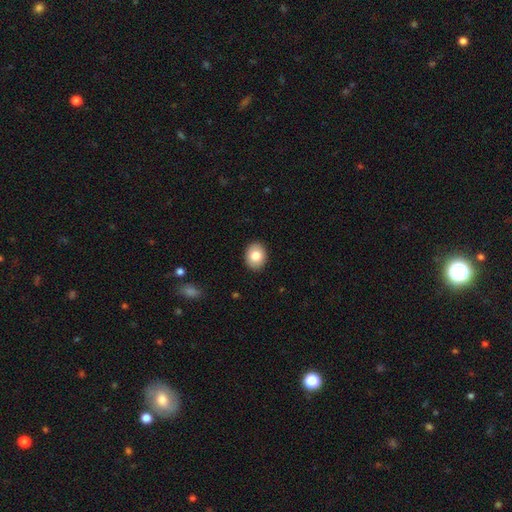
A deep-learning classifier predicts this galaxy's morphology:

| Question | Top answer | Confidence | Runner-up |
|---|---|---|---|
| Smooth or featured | smooth | 83% | featured or disk (10%) |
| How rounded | in between | 54% | round (45%) |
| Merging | none | 90% | minor disturbance (7%) |